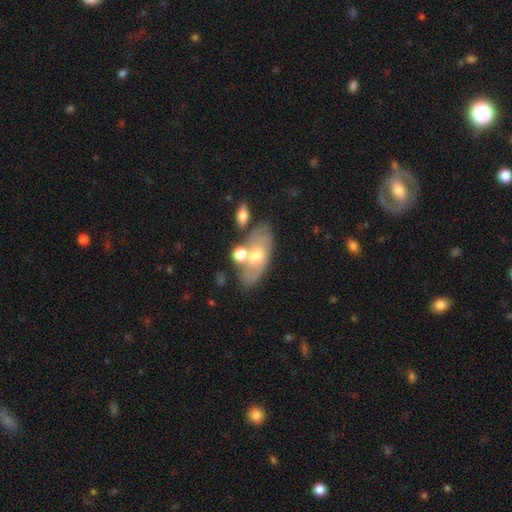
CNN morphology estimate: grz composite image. It shows a smooth galaxy with no disk features (49%). Merging: none (62%).